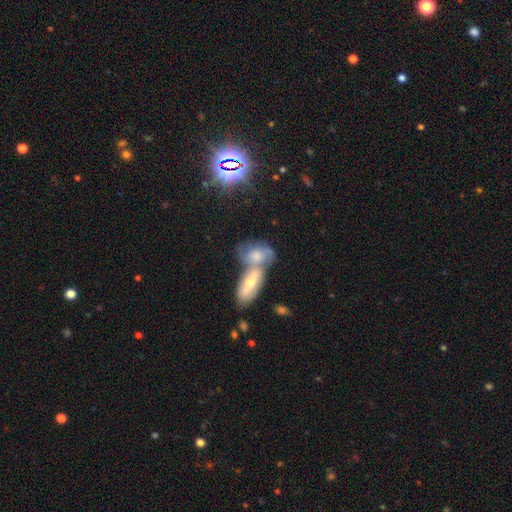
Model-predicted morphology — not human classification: smooth_or_featured: smooth (p=0.47) [alt: featured or disk p=0.45]
merging: merger (p=0.64) [alt: none p=0.21]